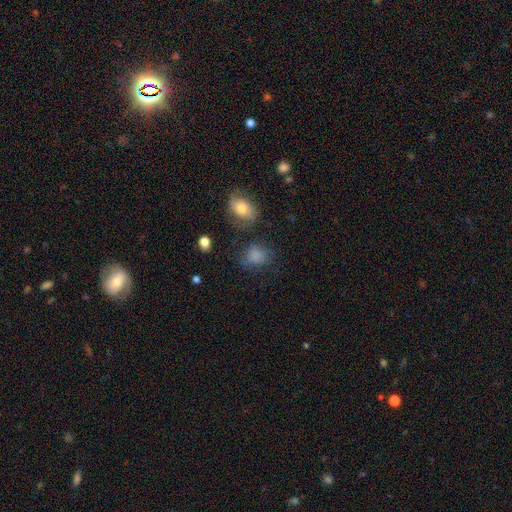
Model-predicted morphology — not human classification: Smooth or featured: smooth — 79% (star or artifact — 13%)
How rounded: round — 56% (in between — 43%)
Merging: none — 59% (minor disturbance — 22%)